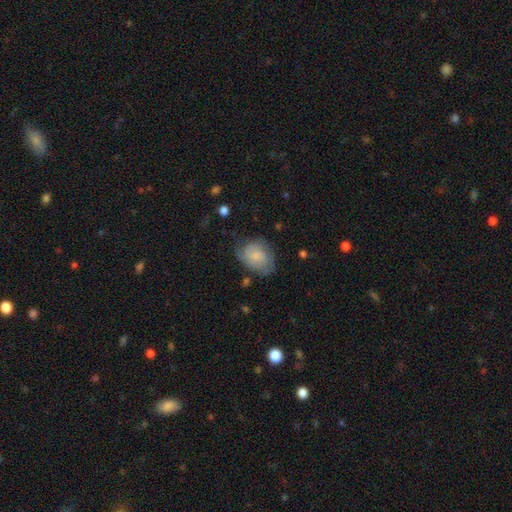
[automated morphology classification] Smooth or featured: smooth — 60% (featured or disk — 32%)
How rounded: in between — 62% (round — 37%)
Merging: none — 58% (minor disturbance — 28%)